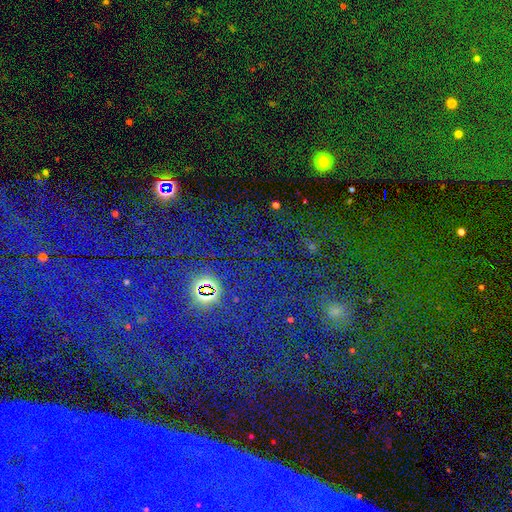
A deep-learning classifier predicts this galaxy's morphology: Smooth or featured?
  - star or artifact: 70% *
  - smooth: 17%
  - featured or disk: 12%